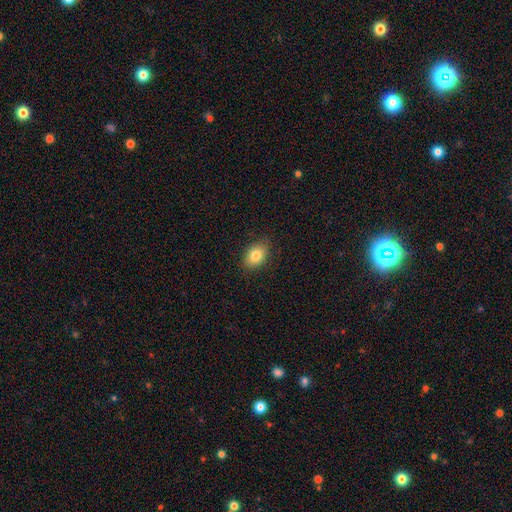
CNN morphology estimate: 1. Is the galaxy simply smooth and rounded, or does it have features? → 83% smooth, 9% star or artifact, 8% featured or disk.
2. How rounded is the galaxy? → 79% in between, 20% round, 1% cigar-shaped.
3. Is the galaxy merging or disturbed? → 85% none, 12% minor disturbance, 3% major disturbance, 1% merger.